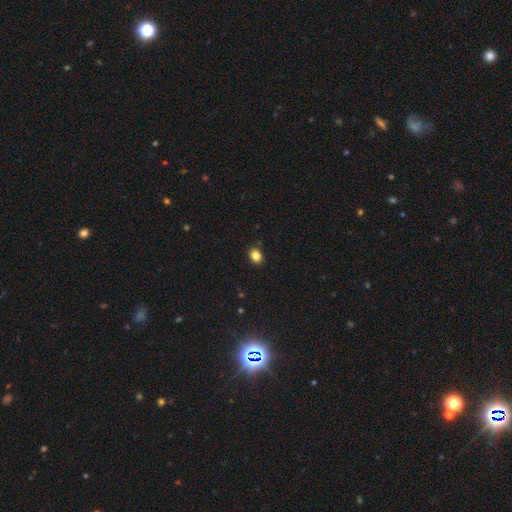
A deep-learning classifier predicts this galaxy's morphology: Q: Smooth or featured?
A: smooth (84%); runner-up: star or artifact (11%)
Q: How rounded?
A: in between (56%); runner-up: round (43%)
Q: Merging?
A: none (88%); runner-up: minor disturbance (9%)